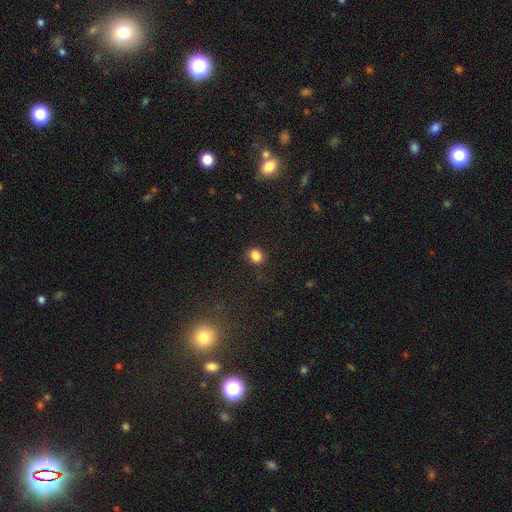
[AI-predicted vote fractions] This appears to be a smooth galaxy with no disk features (85%) that is round (58%). Merging: none (84%).